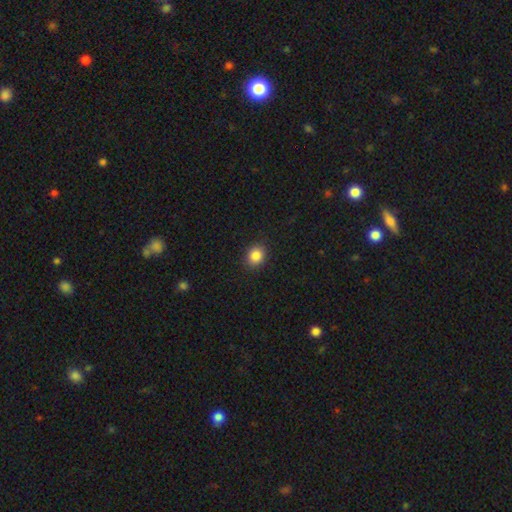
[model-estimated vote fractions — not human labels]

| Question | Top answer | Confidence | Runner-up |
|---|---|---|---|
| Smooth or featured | smooth | 86% | star or artifact (10%) |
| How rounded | round | 69% | in between (30%) |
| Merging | none | 90% | minor disturbance (7%) |